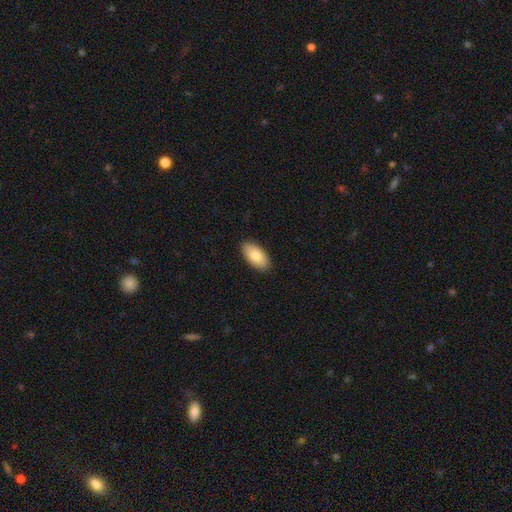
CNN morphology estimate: Smooth or featured? Predicted: smooth (p=0.83). How rounded? Predicted: in between (p=0.95). Merging? Predicted: none (p=0.90).